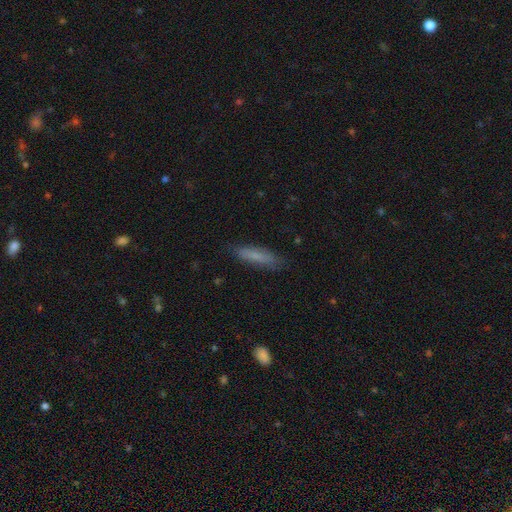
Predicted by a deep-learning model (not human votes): The model was most divided on "smooth or featured": smooth: 71%, featured or disk: 21%, star or artifact: 8%. More confident: merging — none (81%); how rounded — cigar-shaped (77%).